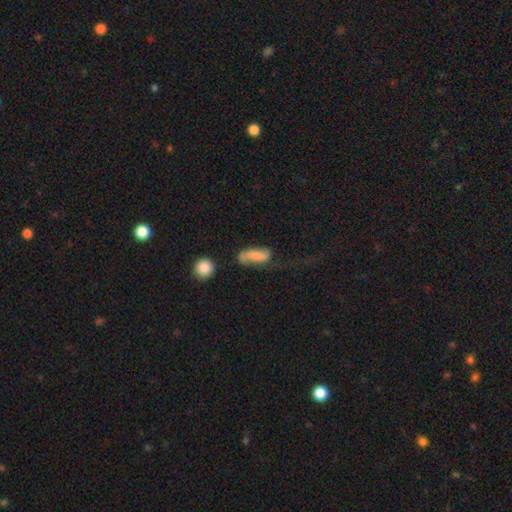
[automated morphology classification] smooth-or-featured: smooth: 59% | featured or disk: 32% | star or artifact: 9%
  how-rounded: in between: 69% | cigar-shaped: 27% | round: 4%
  merging: none: 38% | major disturbance: 27% | minor disturbance: 25% | merger: 10%